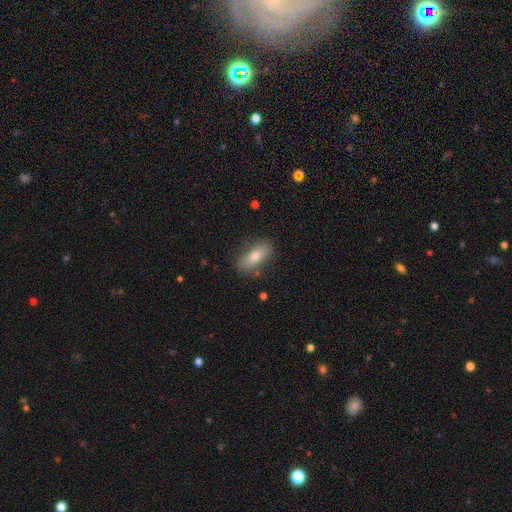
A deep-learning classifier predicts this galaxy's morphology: Smooth or featured: smooth — 72% (featured or disk — 21%)
How rounded: in between — 74% (cigar-shaped — 22%)
Merging: none — 81% (minor disturbance — 14%)